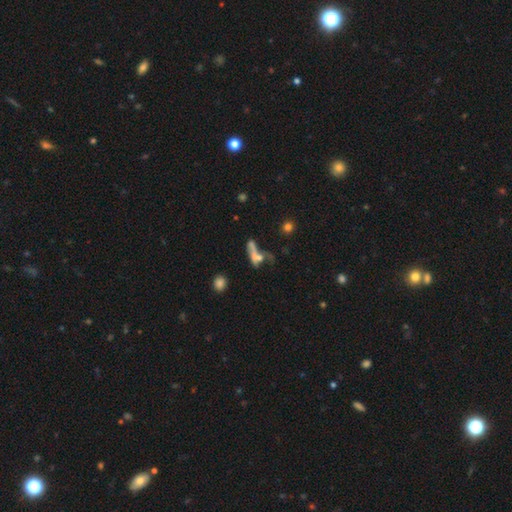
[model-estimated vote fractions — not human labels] This appears to be a smooth galaxy with no disk features (49%). Merging: merger (44%).